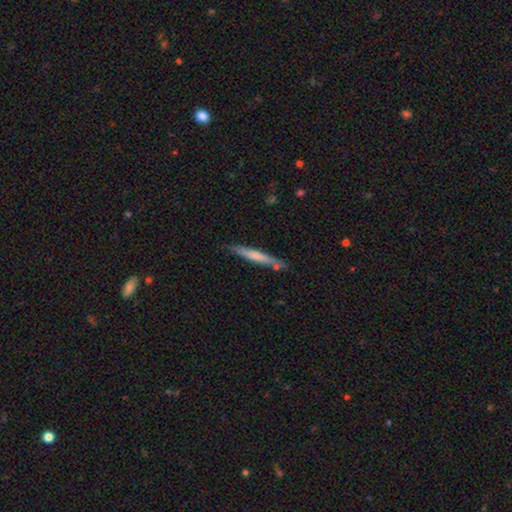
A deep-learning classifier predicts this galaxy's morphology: Overall: smooth (56%; featured or disk 38%). How rounded: cigar-shaped (95%). Merging: none (81%).